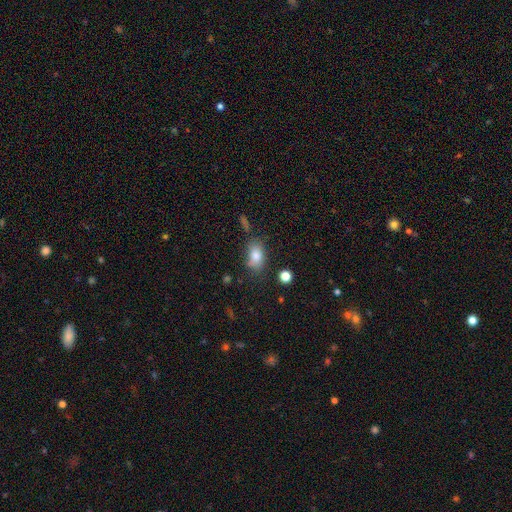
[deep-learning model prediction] Smooth or featured?
  - smooth: 81% *
  - star or artifact: 10%
  - featured or disk: 9%
How rounded?
  - in between: 85% *
  - round: 13%
  - cigar-shaped: 3%
Merging?
  - none: 69% *
  - minor disturbance: 20%
  - major disturbance: 6%
  - merger: 6%